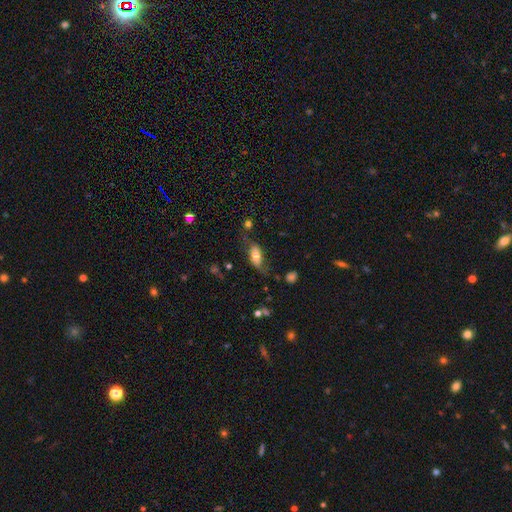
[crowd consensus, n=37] smooth-or-featured: smooth: 54% | featured or disk: 38% | star or artifact: 8%
  how-rounded: in between: 85% | round: 10% | cigar-shaped: 5%
  merging: none: 56% | minor disturbance: 29% | major disturbance: 12% | merger: 3%